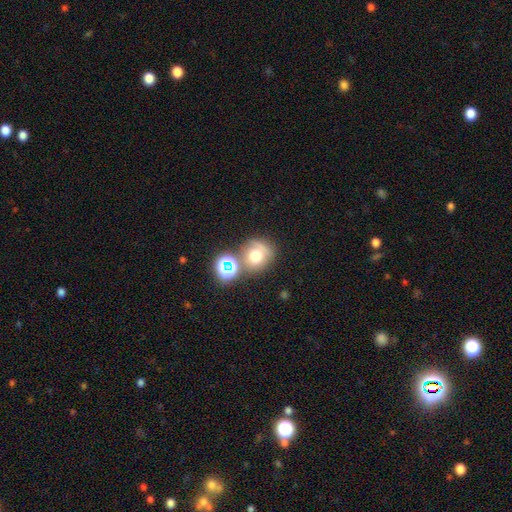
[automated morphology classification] Smooth or featured? Predicted: smooth (p=0.62). How rounded? Predicted: round (p=0.81). Merging? Predicted: none (p=0.59).